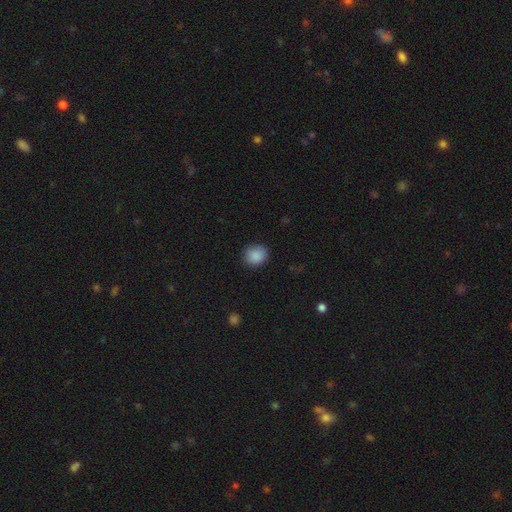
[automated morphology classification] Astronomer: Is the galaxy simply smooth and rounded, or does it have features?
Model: smooth — 88%.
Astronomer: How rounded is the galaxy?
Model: round — 77%.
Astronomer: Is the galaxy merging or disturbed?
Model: none — 87%.